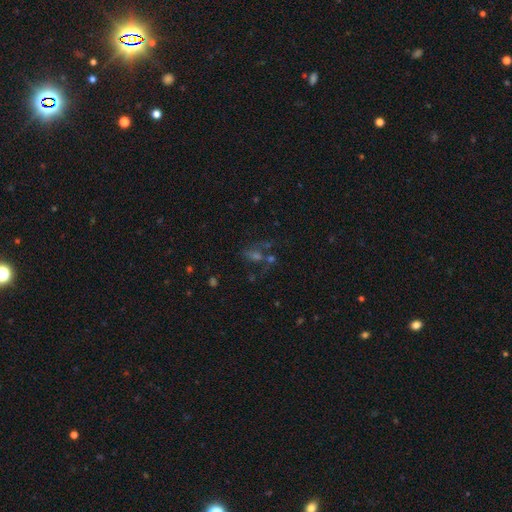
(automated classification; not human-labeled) Morphology: type=star or artifact (39%).